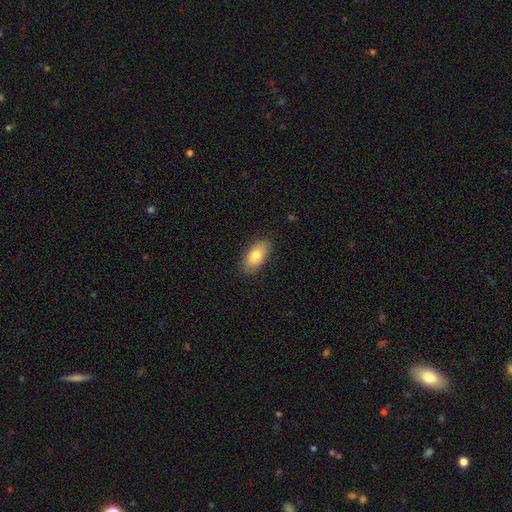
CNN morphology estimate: smooth 79%, featured or disk 14%, star or artifact 6%. Down the decision tree: how rounded — in between (91%); merging — none (84%).